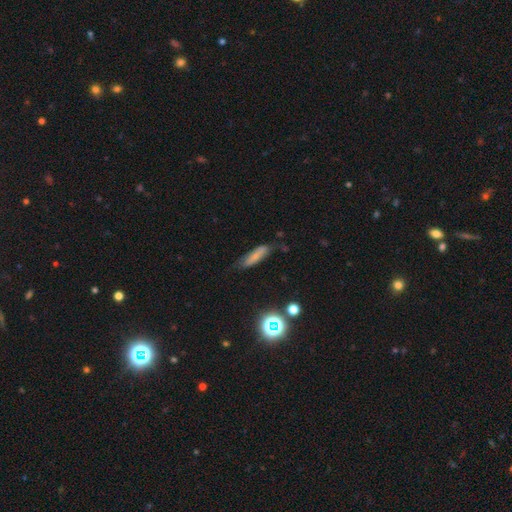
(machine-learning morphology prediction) The model was most divided on "how rounded": cigar-shaped: 68%, in between: 29%, round: 3%. More confident: smooth or featured — smooth (69%); merging — none (65%).